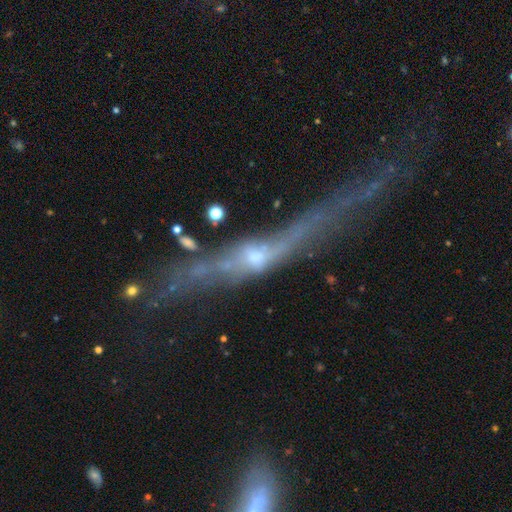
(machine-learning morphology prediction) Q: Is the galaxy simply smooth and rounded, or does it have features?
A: featured or disk — 74%.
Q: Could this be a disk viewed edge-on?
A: yes — 79%.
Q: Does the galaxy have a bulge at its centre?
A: rounded — 70%.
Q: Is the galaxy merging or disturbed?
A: none — 47%.